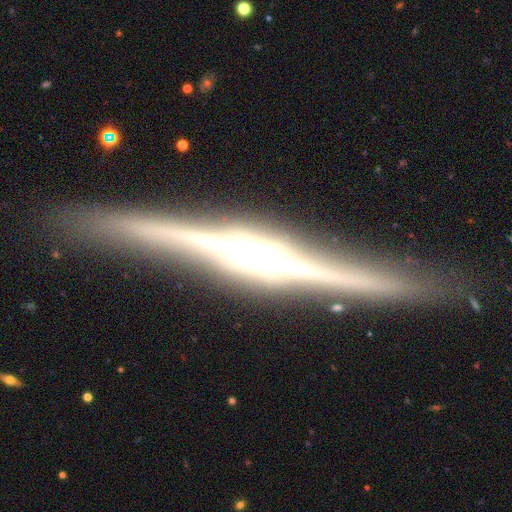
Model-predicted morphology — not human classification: Q: Smooth or featured?
A: featured or disk (89%); runner-up: smooth (6%)
Q: Edge-on disk?
A: yes (98%); runner-up: no (2%)
Q: Edge-on bulge?
A: rounded (67%); runner-up: boxy (28%)
Q: Merging?
A: none (90%); runner-up: minor disturbance (7%)